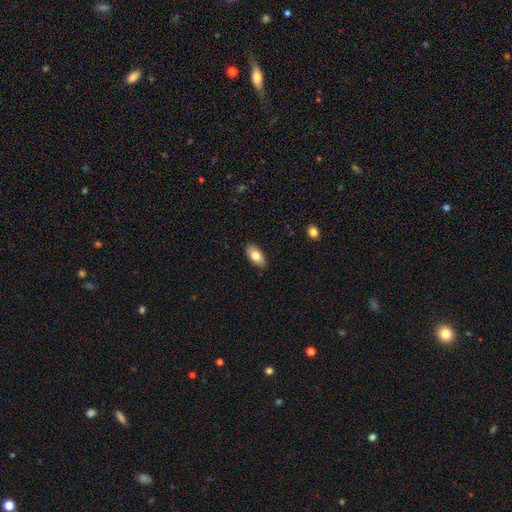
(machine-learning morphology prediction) Smooth or featured? Predicted: smooth (p=0.78). How rounded? Predicted: in between (p=0.92). Merging? Predicted: none (p=0.87).